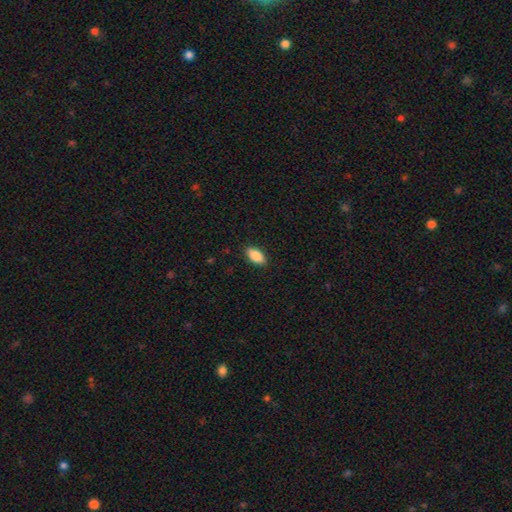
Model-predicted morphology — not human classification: Smooth or featured? smooth (88%)
How rounded? in between (92%)
Merging? none (89%)